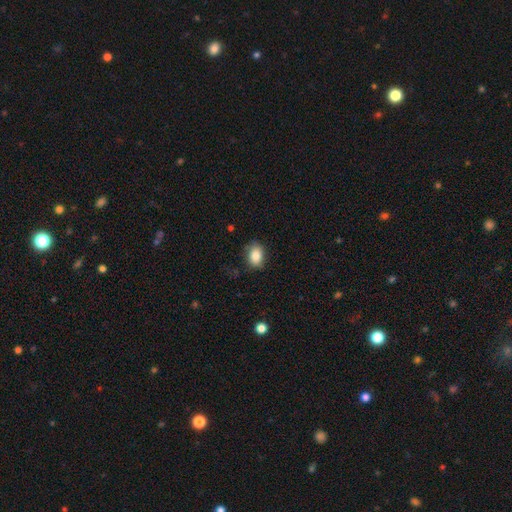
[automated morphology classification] A smooth galaxy with no disk features (85%) that is in between round and cigar-shaped (74%). Merging: none (77%).